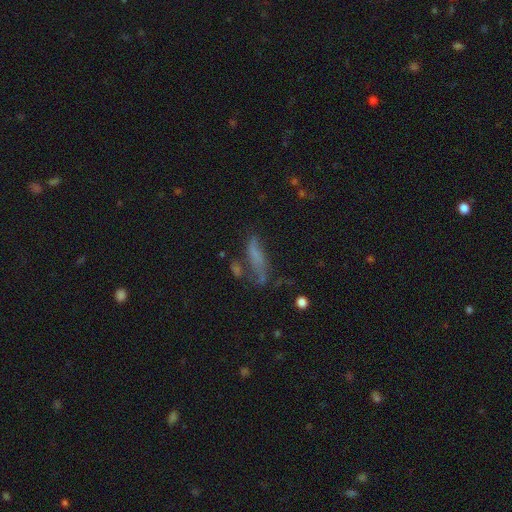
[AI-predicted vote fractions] A smooth galaxy with no disk features (53%) that is cigar-shaped (56%). Merging: none (36%).